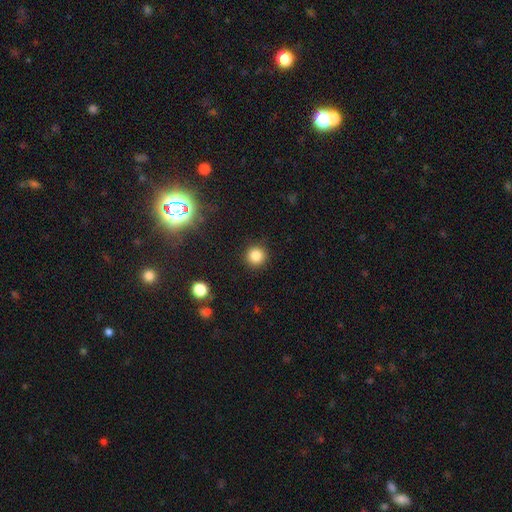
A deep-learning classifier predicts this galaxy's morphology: smooth 84%, star or artifact 12%, featured or disk 4%. Down the decision tree: how rounded — round (93%); merging — none (90%).